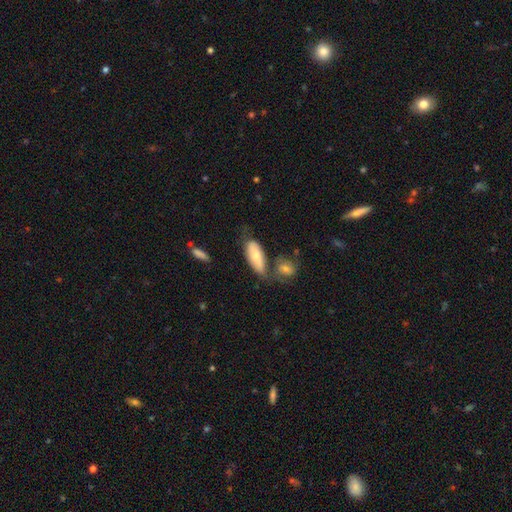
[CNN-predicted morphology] Smooth or featured? Predicted: smooth (p=0.70). How rounded? Predicted: in between (p=0.80). Merging? Predicted: none (p=0.45).